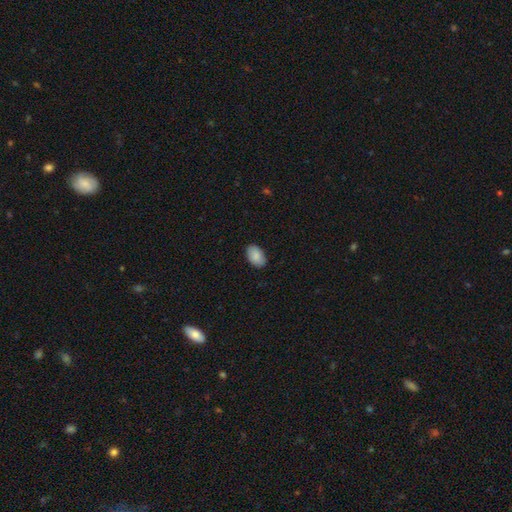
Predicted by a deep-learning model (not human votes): smooth-or-featured: smooth: 88% | star or artifact: 6% | featured or disk: 5%
  how-rounded: in between: 91% | round: 7% | cigar-shaped: 1%
  merging: none: 87% | minor disturbance: 10% | major disturbance: 2% | merger: 1%